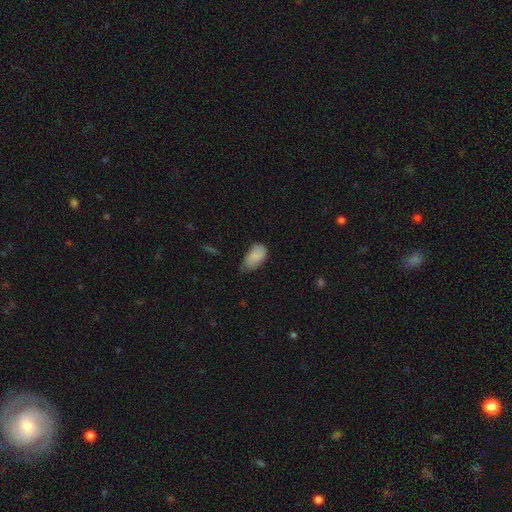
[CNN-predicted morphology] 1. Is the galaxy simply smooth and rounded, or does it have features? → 84% smooth, 9% featured or disk, 7% star or artifact.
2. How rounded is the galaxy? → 93% in between, 5% round, 2% cigar-shaped.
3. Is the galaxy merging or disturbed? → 48% none, 42% minor disturbance, 8% major disturbance, 2% merger.